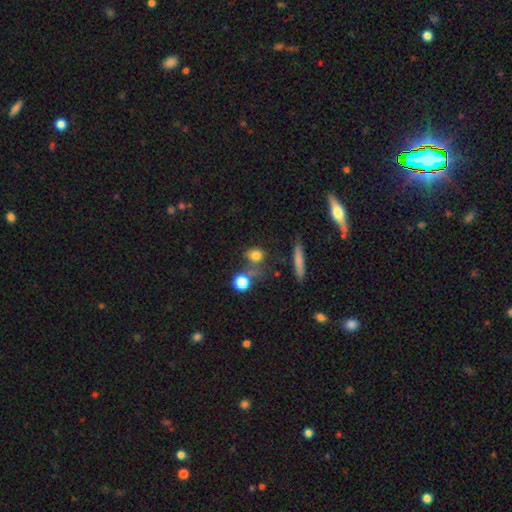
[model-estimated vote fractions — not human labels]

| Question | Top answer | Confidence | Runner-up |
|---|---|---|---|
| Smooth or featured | smooth | 76% | star or artifact (14%) |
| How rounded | round | 65% | in between (28%) |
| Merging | none | 59% | merger (19%) |